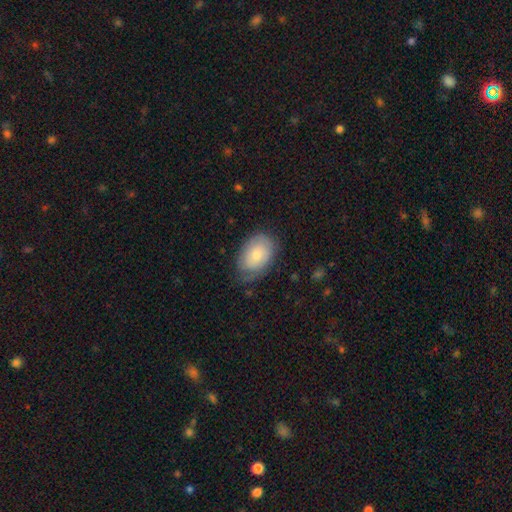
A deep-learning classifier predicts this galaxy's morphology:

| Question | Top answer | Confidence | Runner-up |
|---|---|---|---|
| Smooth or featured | smooth | 63% | featured or disk (30%) |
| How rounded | in between | 86% | round (13%) |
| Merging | none | 66% | minor disturbance (26%) |